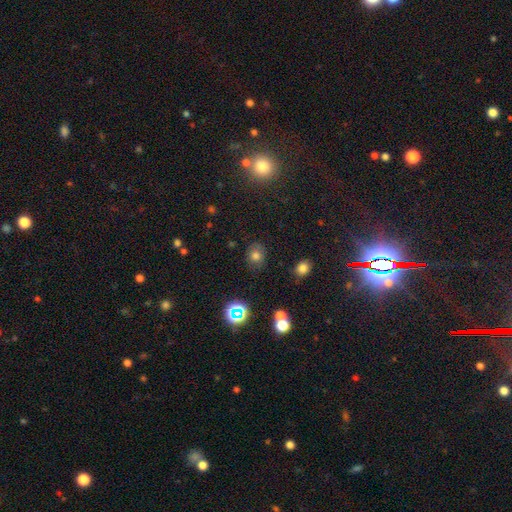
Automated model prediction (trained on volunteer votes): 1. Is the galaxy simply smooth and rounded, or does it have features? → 72% smooth, 19% star or artifact, 10% featured or disk.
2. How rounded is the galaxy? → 61% round, 38% in between, 1% cigar-shaped.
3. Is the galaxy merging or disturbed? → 80% none, 14% minor disturbance, 4% major disturbance, 2% merger.